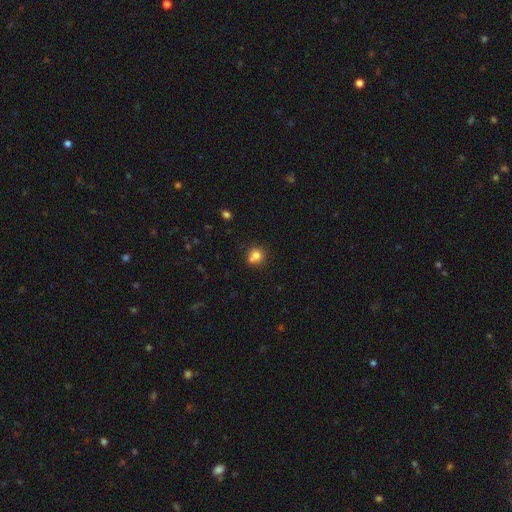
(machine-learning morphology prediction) Smooth or featured? smooth (76%)
How rounded? round (86%)
Merging? none (53%)